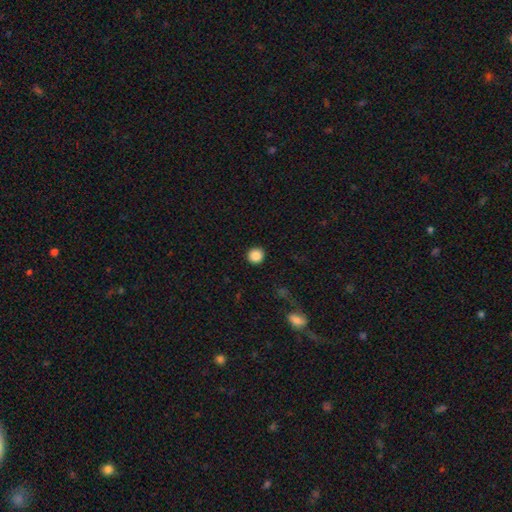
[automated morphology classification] Smooth or featured? Predicted: smooth (p=0.87). How rounded? Predicted: round (p=0.94). Merging? Predicted: none (p=0.93).